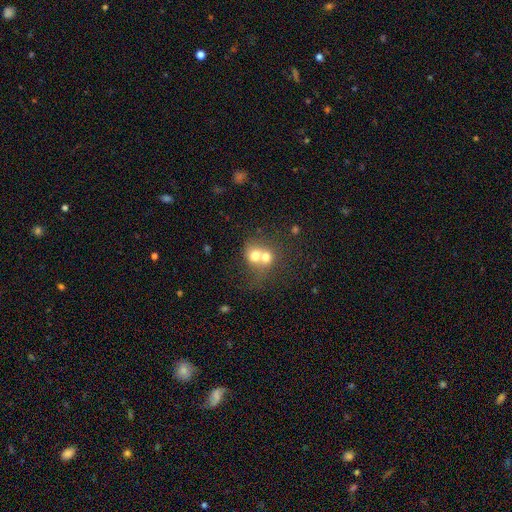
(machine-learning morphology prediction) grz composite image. It shows a smooth galaxy with no disk features (66%) that is round (69%). Merging: merger (71%).